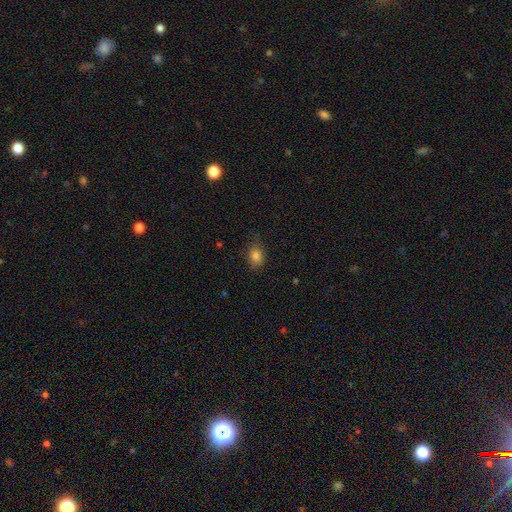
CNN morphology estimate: A smooth galaxy with no disk features (82%) that is in between round and cigar-shaped (66%).

Vote fractions:
- Smooth or featured? smooth: 82% / star or artifact: 11% / featured or disk: 7%
- How rounded? in between: 66% / round: 32% / cigar-shaped: 2%
- Merging? none: 75% / minor disturbance: 19% / major disturbance: 4% / merger: 1%